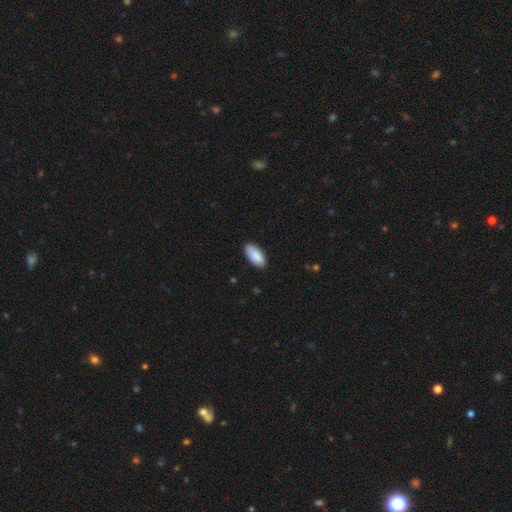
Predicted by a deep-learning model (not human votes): Morphology: type=smooth (88%); roundness=in between (93%); merging=none (84%).